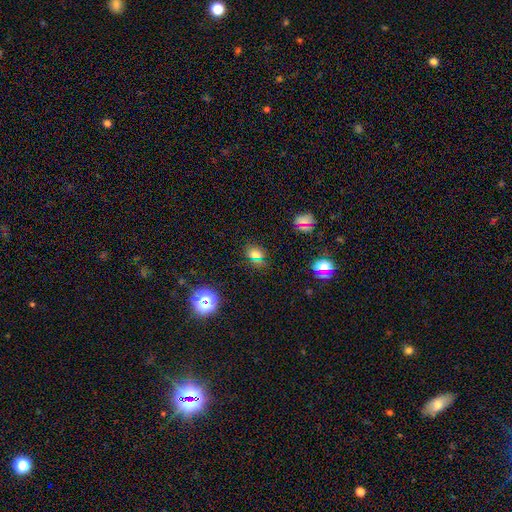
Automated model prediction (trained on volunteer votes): Smooth or featured: smooth — 61% (star or artifact — 32%)
How rounded: round — 55% (in between — 43%)
Merging: none — 83% (minor disturbance — 10%)